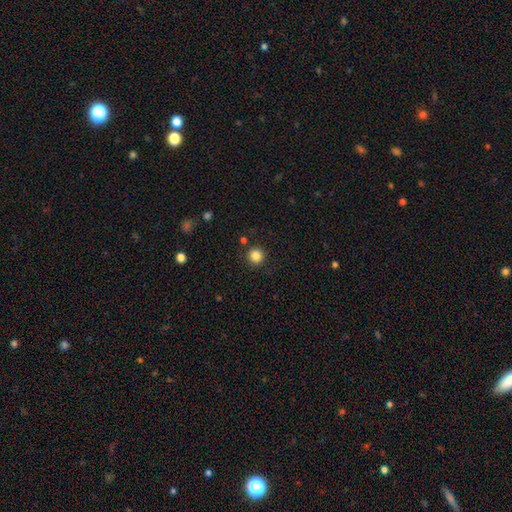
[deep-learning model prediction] Overall: smooth (84%). How rounded: round (95%). Merging: none (90%).